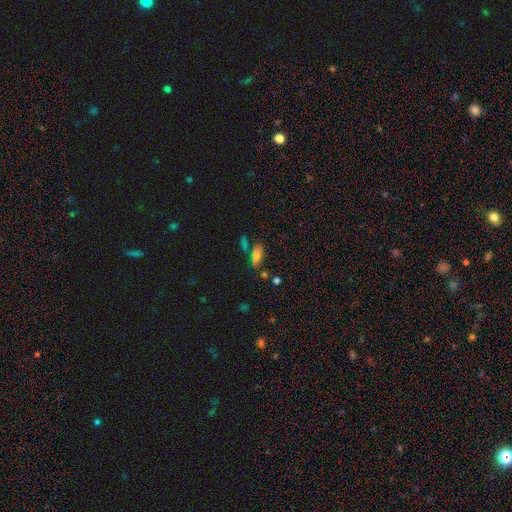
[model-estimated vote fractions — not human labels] Overall: smooth (71%). How rounded: in between (79%). Merging: none (60%).